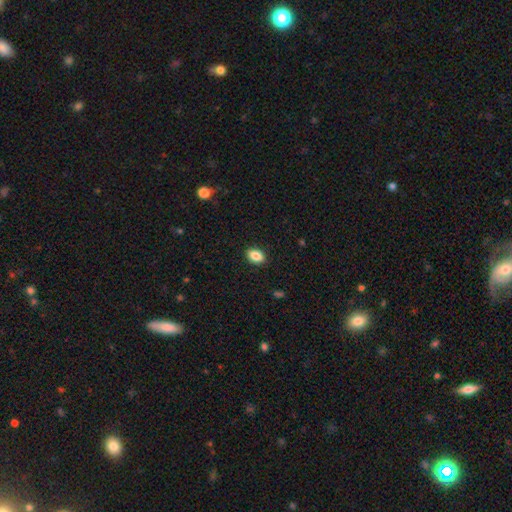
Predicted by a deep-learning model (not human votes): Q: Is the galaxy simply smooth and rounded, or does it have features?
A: smooth — 87%.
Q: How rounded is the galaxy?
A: in between — 84%.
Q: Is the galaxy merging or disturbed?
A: none — 89%.